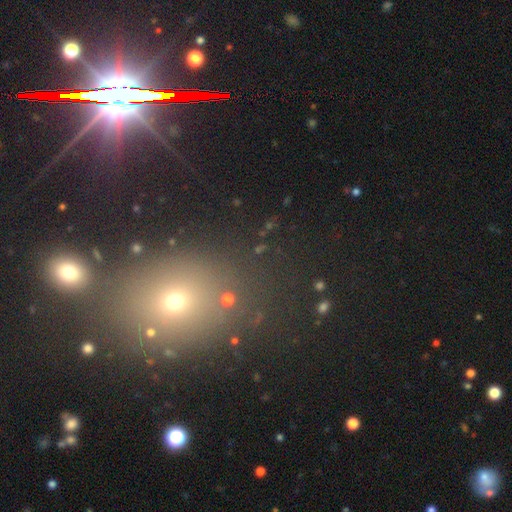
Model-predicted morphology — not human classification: smooth-or-featured: star or artifact: 51% | smooth: 35% | featured or disk: 14%